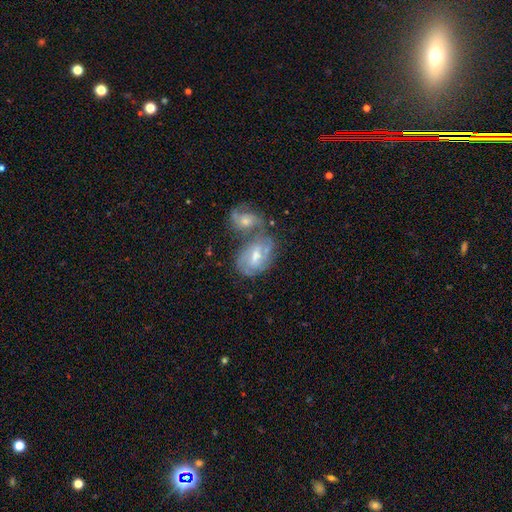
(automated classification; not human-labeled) Smooth or featured? Predicted: featured or disk (p=0.68). Edge-on disk? Predicted: no (p=0.96). Bar? Predicted: weak (p=0.52). Spiral arms? Predicted: yes (p=0.81). Spiral winding? Predicted: tight (p=0.44). Spiral arm count? Predicted: can't tell (p=0.38). Bulge size? Predicted: moderate (p=0.53). Merging? Predicted: merger (p=0.57).